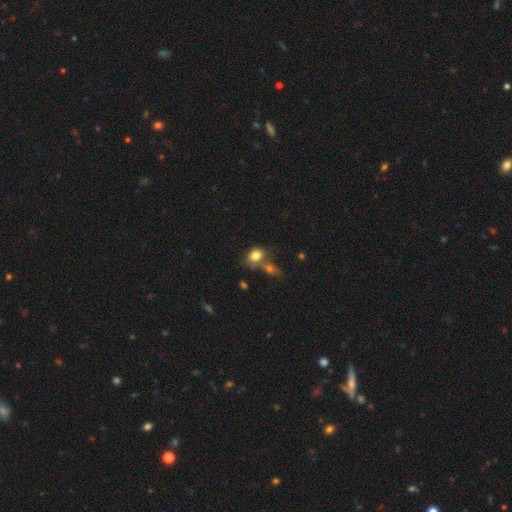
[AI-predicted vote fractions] A smooth galaxy with no disk features (80%) that is in between round and cigar-shaped (64%). Merging: none (42%).